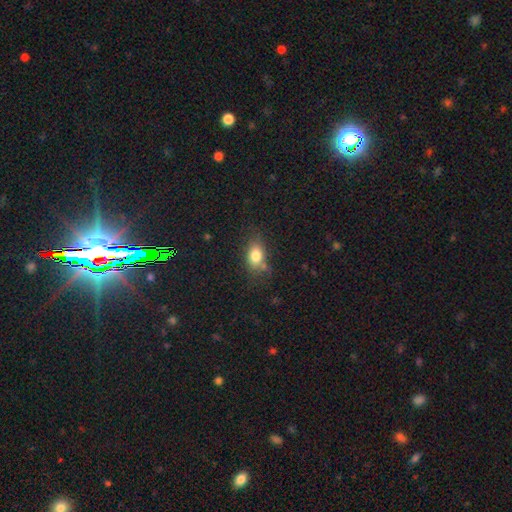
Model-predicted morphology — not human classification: The model was most divided on "merging": none: 67%, minor disturbance: 20%, merger: 7%, major disturbance: 6%. More confident: smooth or featured — smooth (80%); how rounded — in between (79%).